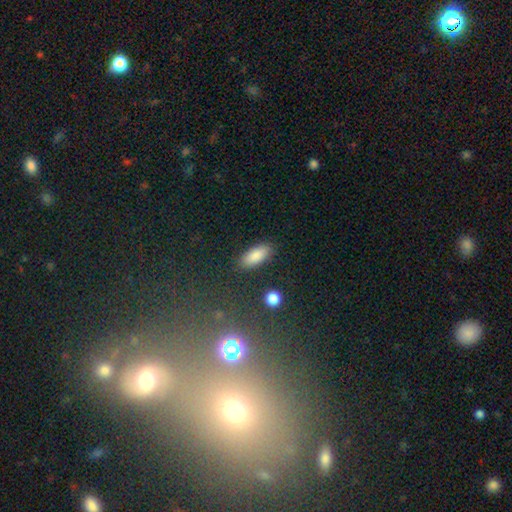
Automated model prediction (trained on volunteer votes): The model was most divided on "how rounded": in between: 83%, cigar-shaped: 14%, round: 3%. More confident: smooth or featured — smooth (87%); merging — none (86%).